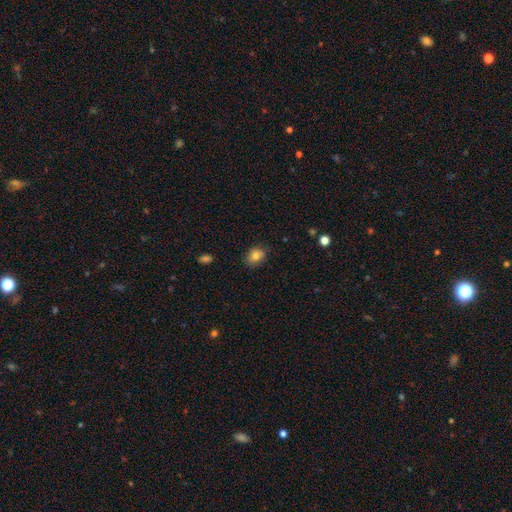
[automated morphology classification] smooth-or-featured: smooth: 79% | featured or disk: 11% | star or artifact: 10%
  how-rounded: in between: 51% | round: 48% | cigar-shaped: 1%
  merging: none: 80% | minor disturbance: 16% | major disturbance: 3% | merger: 1%